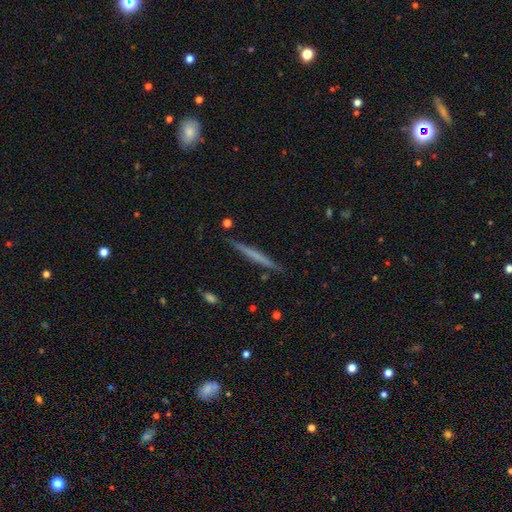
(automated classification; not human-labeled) smooth_or_featured: featured or disk (p=0.48) [alt: smooth p=0.46]
merging: none (p=0.90) [alt: minor disturbance p=0.07]